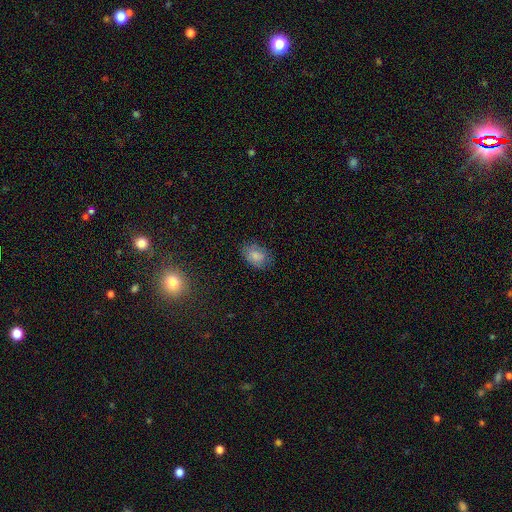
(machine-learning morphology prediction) Overall: smooth (81%). How rounded: in between (80%). Merging: none (78%).